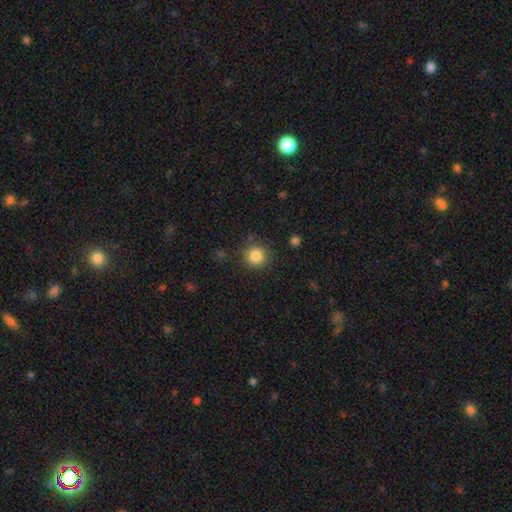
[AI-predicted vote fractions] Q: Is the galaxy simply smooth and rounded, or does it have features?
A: smooth — 85%.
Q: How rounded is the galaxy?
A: round — 94%.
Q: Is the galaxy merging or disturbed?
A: none — 85%.